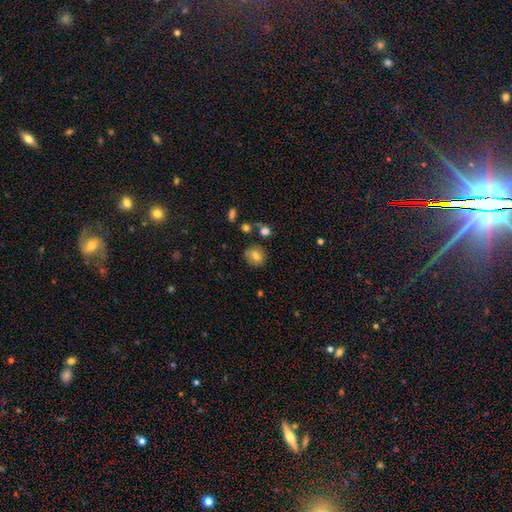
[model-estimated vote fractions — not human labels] smooth-or-featured: smooth: 77% | featured or disk: 12% | star or artifact: 11%
  how-rounded: round: 78% | in between: 21% | cigar-shaped: 1%
  merging: none: 78% | minor disturbance: 13% | merger: 6% | major disturbance: 3%